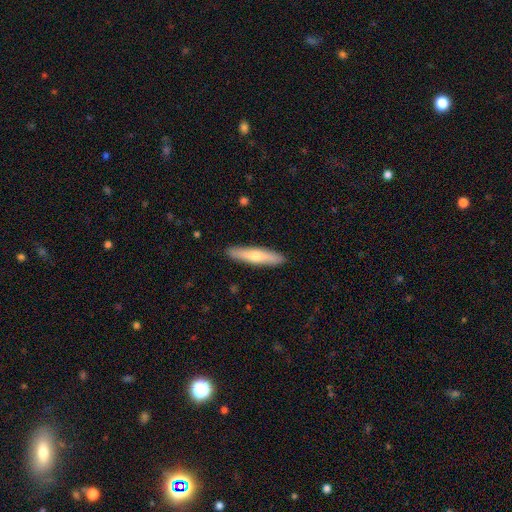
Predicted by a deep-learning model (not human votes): The model was most divided on "smooth or featured": smooth: 55%, featured or disk: 40%, star or artifact: 6%. More confident: merging — none (91%); how rounded — cigar-shaped (85%).